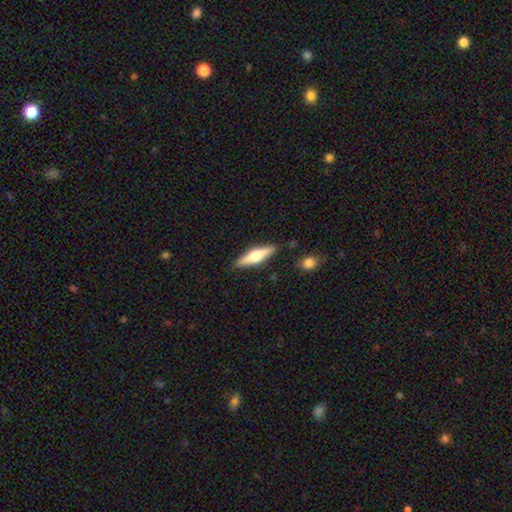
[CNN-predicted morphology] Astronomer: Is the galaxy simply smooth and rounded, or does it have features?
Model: featured or disk — 54% (runner-up: smooth, 40%).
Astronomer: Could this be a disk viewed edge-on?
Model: yes — 96%.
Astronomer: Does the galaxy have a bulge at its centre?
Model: rounded — 89%.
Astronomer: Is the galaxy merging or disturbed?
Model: none — 87%.